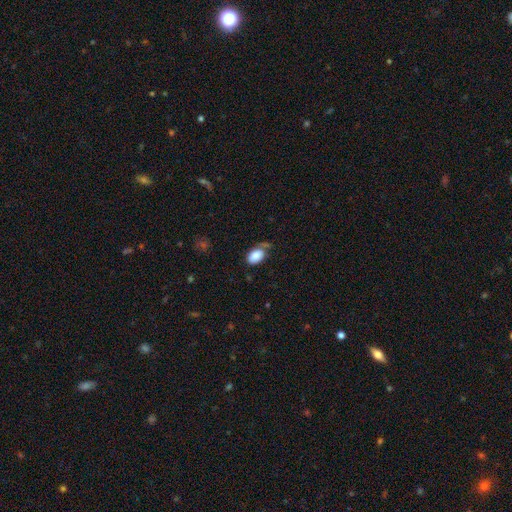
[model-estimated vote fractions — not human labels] smooth-or-featured: smooth: 86% | star or artifact: 7% | featured or disk: 7%
  how-rounded: in between: 90% | round: 9% | cigar-shaped: 1%
  merging: none: 55% | minor disturbance: 27% | major disturbance: 12% | merger: 6%